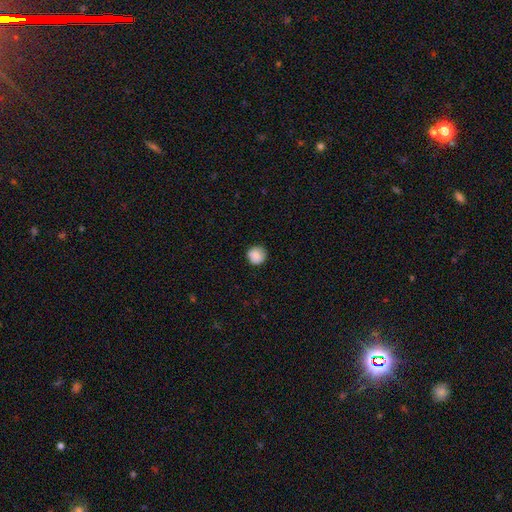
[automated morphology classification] A smooth galaxy with no disk features (87%) that is round (93%).

Vote fractions:
- Smooth or featured? smooth: 87% / star or artifact: 8% / featured or disk: 5%
- How rounded? round: 93% / in between: 6% / cigar-shaped: 1%
- Merging? none: 86% / minor disturbance: 11% / major disturbance: 2% / merger: 1%